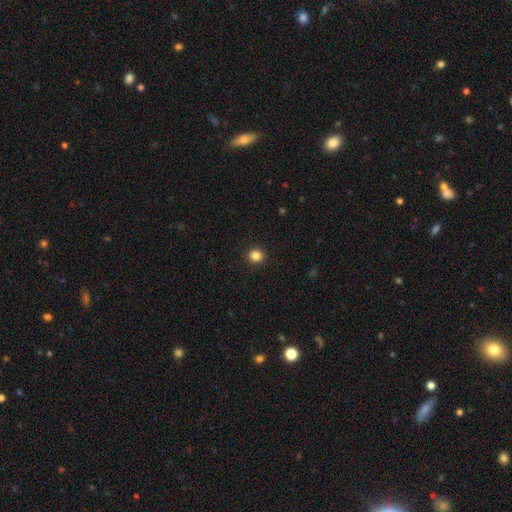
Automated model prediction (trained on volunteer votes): The model was most divided on "smooth or featured": smooth: 84%, star or artifact: 12%, featured or disk: 4%. More confident: merging — none (92%); how rounded — round (90%).